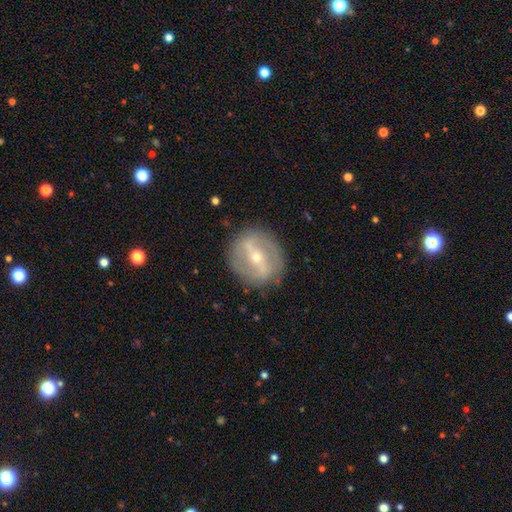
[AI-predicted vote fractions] smooth_or_featured: featured or disk (p=0.77) [alt: smooth p=0.17]
disk_edge_on: no (p=0.91) [alt: yes p=0.09]
bar: strong (p=0.66) [alt: weak p=0.23]
has_spiral_arms: yes (p=0.52) [alt: no p=0.48]
bulge_size: small (p=0.63) [alt: moderate p=0.34]
merging: none (p=0.84) [alt: minor disturbance p=0.10]